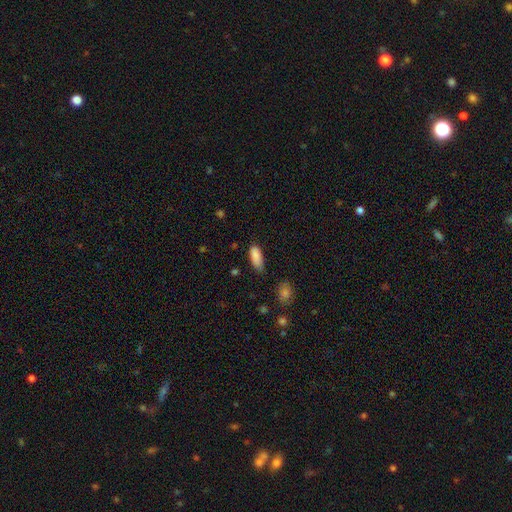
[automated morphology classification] The model was most divided on "merging": none: 64%, minor disturbance: 28%, major disturbance: 5%, merger: 2%. More confident: smooth or featured — smooth (87%); how rounded — in between (80%).